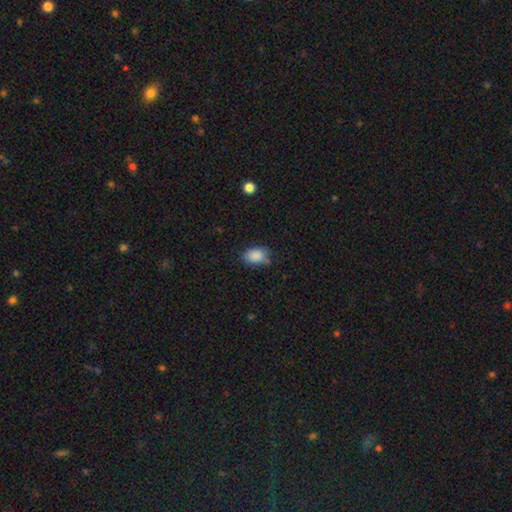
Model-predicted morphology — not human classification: smooth-or-featured: smooth: 88% | star or artifact: 8% | featured or disk: 4%
  how-rounded: in between: 83% | round: 16% | cigar-shaped: 1%
  merging: none: 69% | minor disturbance: 23% | major disturbance: 5% | merger: 3%